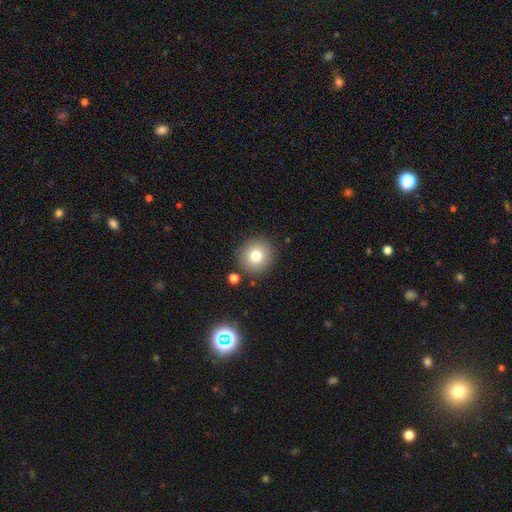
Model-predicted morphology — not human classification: type=smooth (77%); roundness=round (93%); merging=none (86%).